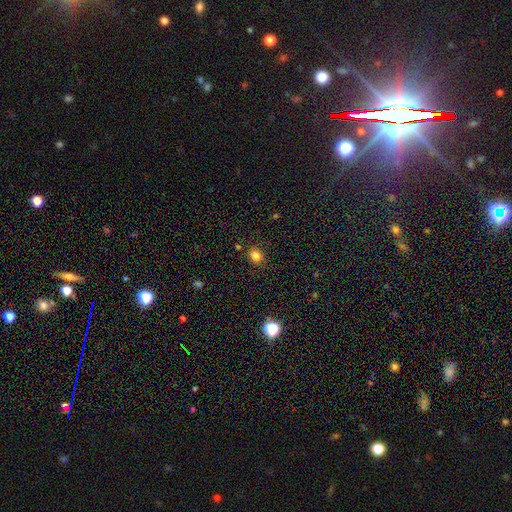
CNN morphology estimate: Smooth or featured: smooth — 81% (star or artifact — 14%)
How rounded: round — 62% (in between — 37%)
Merging: none — 83% (minor disturbance — 12%)